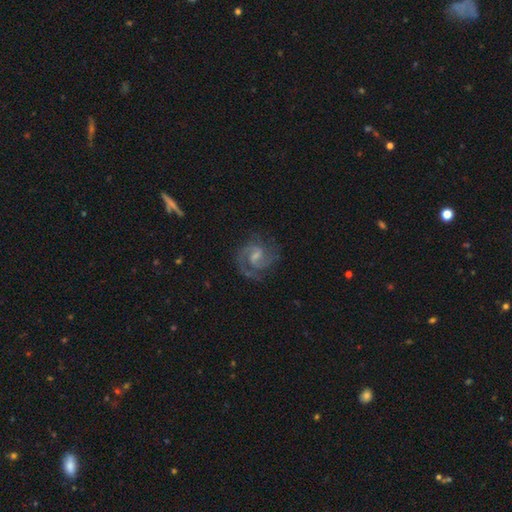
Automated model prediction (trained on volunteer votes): Overall: featured or disk (87%). Edge-on disk: no (98%). Bar: weak (59%; no 25%). Spiral arms: yes (98%). Spiral arm count: 2 (77%). Spiral winding: medium (52%; tight 38%). Bulge size: small (47%; moderate 33%). Merging: none (76%).